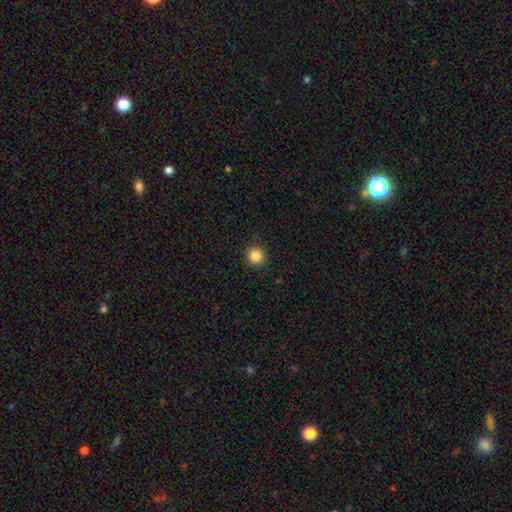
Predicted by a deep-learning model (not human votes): This appears to be a smooth galaxy with no disk features (86%) that is round (95%). Merging: none (90%).